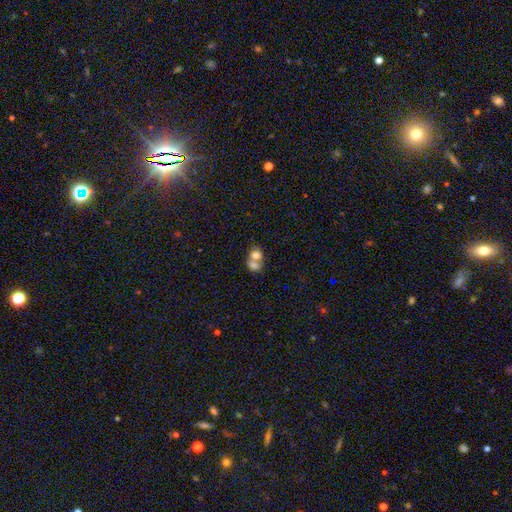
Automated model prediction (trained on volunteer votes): Smooth or featured?
  - smooth: 74% *
  - featured or disk: 16%
  - star or artifact: 10%
How rounded?
  - in between: 52% *
  - round: 47%
  - cigar-shaped: 1%
Merging?
  - merger: 69% *
  - none: 21%
  - minor disturbance: 6%
  - major disturbance: 4%